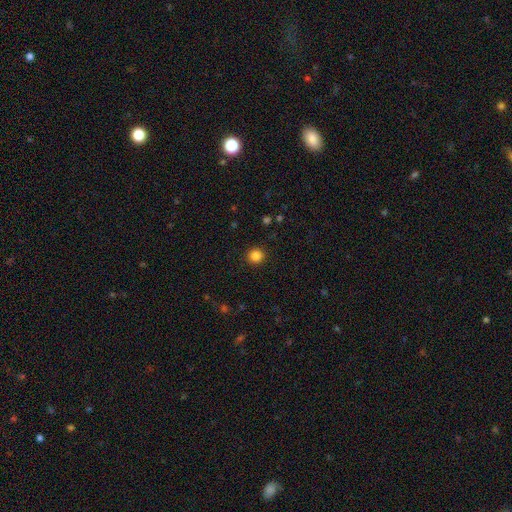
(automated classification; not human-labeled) Overall: smooth (85%). How rounded: round (93%). Merging: none (92%).